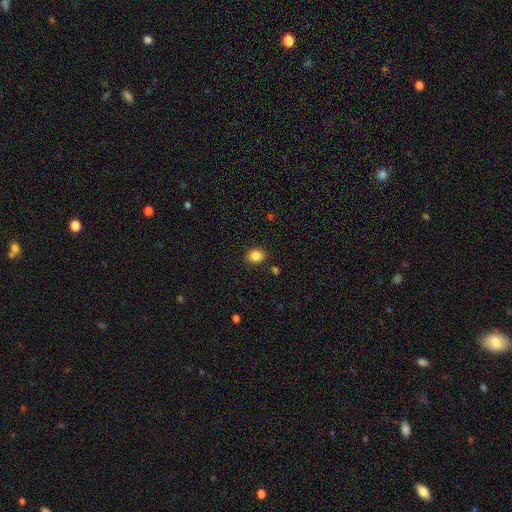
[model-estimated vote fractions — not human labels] Smooth or featured? smooth (85%)
How rounded? round (58%)
Merging? none (89%)